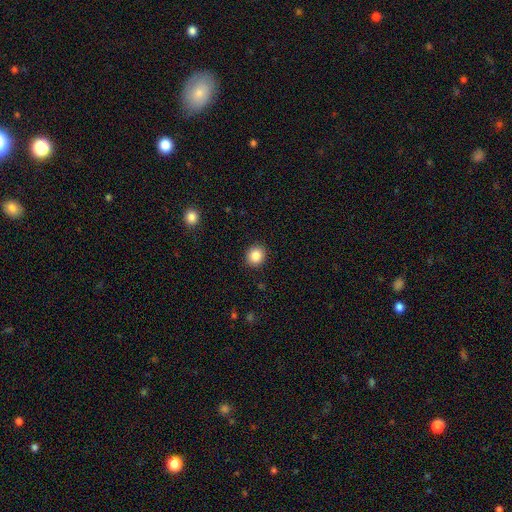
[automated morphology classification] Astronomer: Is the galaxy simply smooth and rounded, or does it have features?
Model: smooth — 86%.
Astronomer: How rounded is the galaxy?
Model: round — 79%.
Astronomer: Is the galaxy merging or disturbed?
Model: none — 91%.